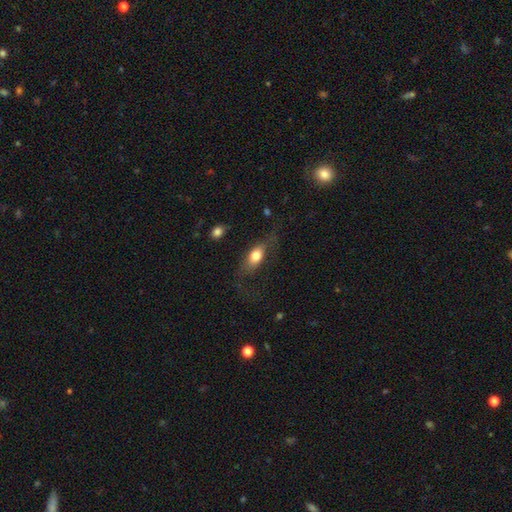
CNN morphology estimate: Q: Smooth or featured?
A: smooth (69%); runner-up: featured or disk (23%)
Q: How rounded?
A: in between (77%); runner-up: cigar-shaped (14%)
Q: Merging?
A: none (53%); runner-up: minor disturbance (23%)